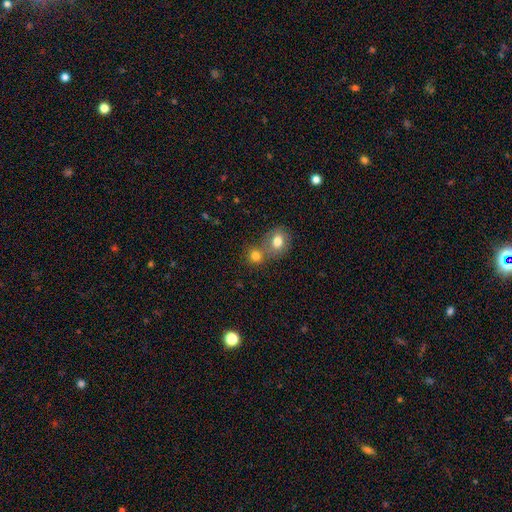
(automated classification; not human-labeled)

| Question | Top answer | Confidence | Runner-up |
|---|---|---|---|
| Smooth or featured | smooth | 79% | star or artifact (12%) |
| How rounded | round | 78% | in between (21%) |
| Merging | merger | 45% | tied: none (45%) |